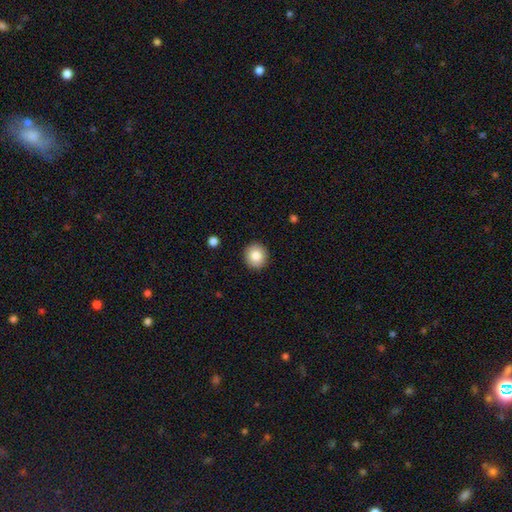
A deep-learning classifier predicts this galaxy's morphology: type=smooth (84%); roundness=round (91%); merging=none (92%).